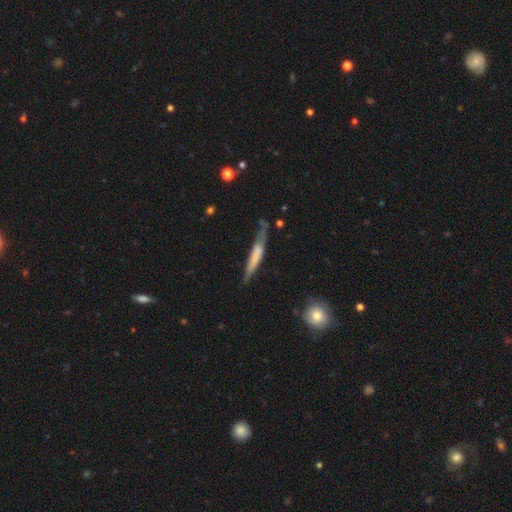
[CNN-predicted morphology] Overall: smooth (54%; featured or disk 40%). How rounded: cigar-shaped (91%). Merging: none (50%; minor disturbance 31%).